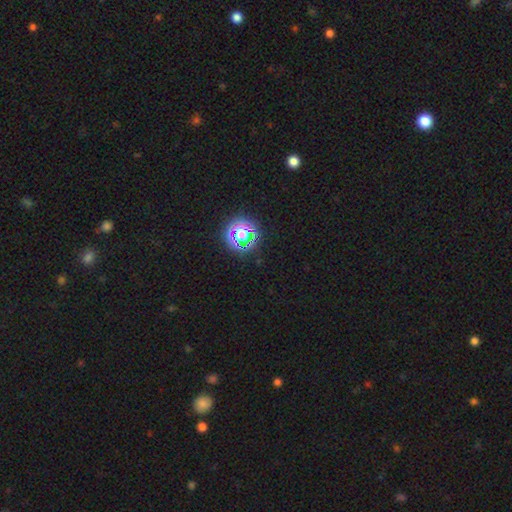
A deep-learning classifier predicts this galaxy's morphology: This appears to be a star or artifact, not a galaxy (74%).